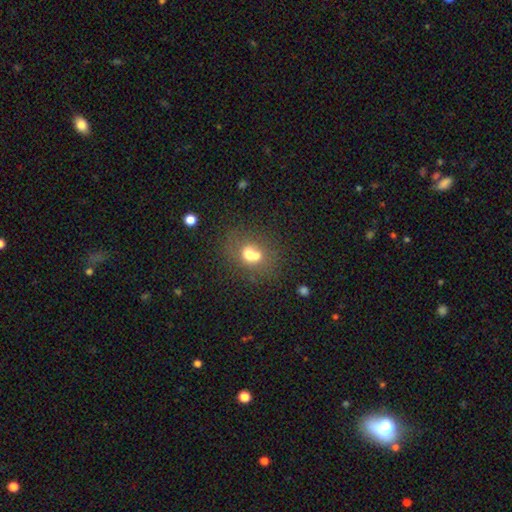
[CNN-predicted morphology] smooth_or_featured: smooth (p=0.61) [alt: featured or disk p=0.26]
how_rounded: round (p=0.60) [alt: in between p=0.38]
merging: merger (p=0.55) [alt: none p=0.31]